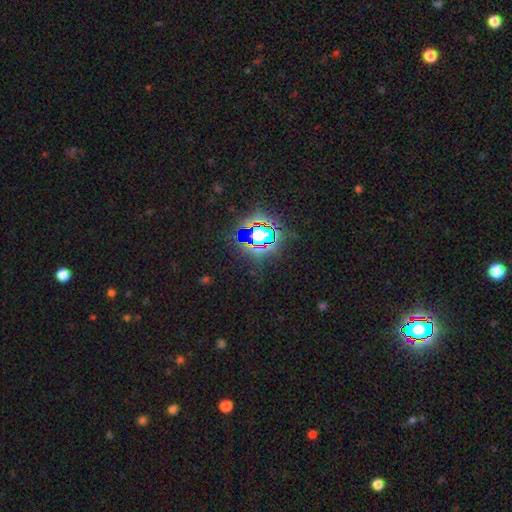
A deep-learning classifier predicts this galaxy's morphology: Overall: star or artifact (81%).